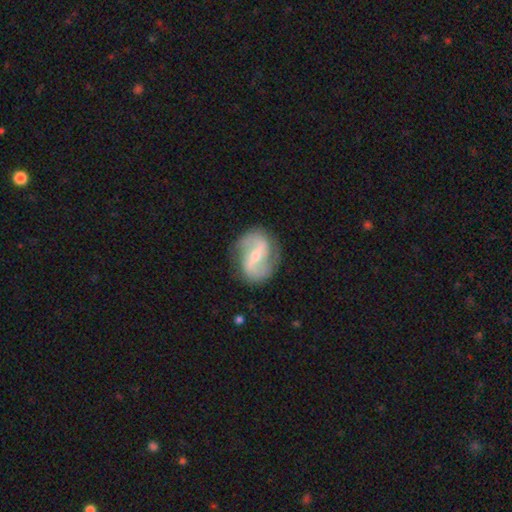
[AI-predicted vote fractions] Smooth or featured: featured or disk — 83% (smooth — 11%)
Edge-on disk: no — 97% (yes — 3%)
Bar: strong — 43% (weak — 39%)
Spiral arms: yes — 92% (no — 8%)
Spiral winding: loose — 43% (medium — 40%)
Spiral arm count: 2 — 91% (can't tell — 4%)
Bulge size: small — 54% (moderate — 41%)
Merging: none — 81% (minor disturbance — 13%)